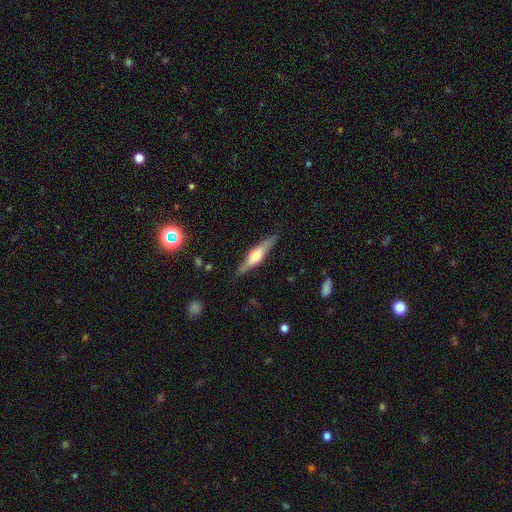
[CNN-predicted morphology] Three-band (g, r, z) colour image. It shows a featured or disk galaxy (66%) viewed edge-on (95%) with a rounded central bulge (84%). Merging: none (86%).